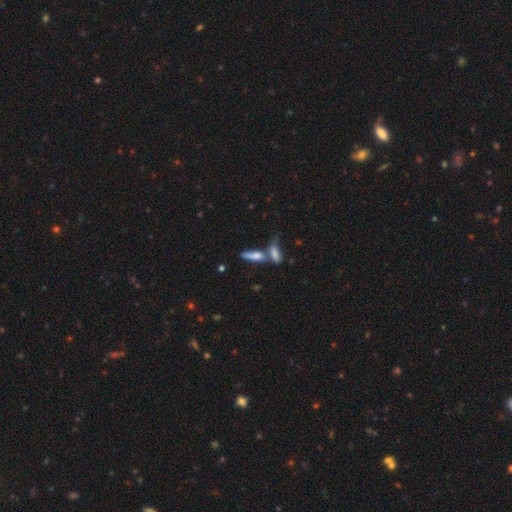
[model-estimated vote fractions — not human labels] Smooth or featured: smooth — 67% (featured or disk — 24%)
How rounded: in between — 50% (cigar-shaped — 46%)
Merging: merger — 49% (none — 35%)